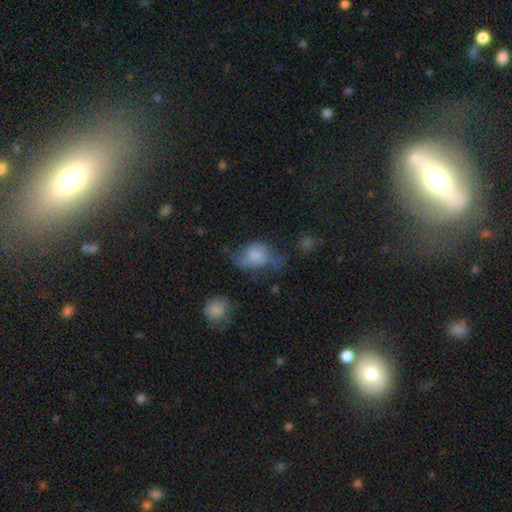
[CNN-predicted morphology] smooth 56%, featured or disk 34%, star or artifact 10%. Down the decision tree: how rounded — in between (63%); merging — none (34%).